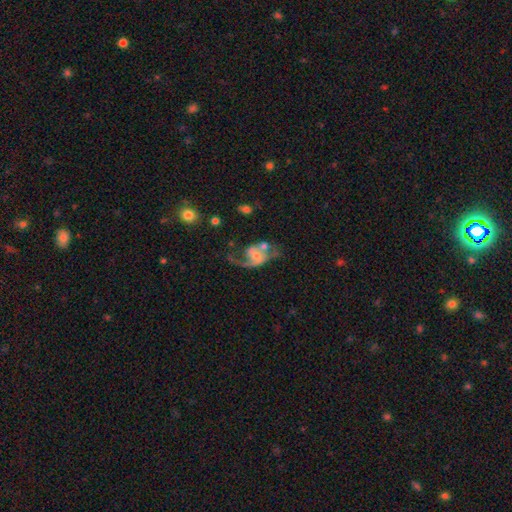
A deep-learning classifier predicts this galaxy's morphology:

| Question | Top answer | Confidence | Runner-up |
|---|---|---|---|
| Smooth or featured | featured or disk | 78% | smooth (14%) |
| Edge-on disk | no | 97% | yes (3%) |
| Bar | no | 59% | weak (33%) |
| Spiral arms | yes | 89% | no (11%) |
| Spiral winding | loose | 59% | medium (33%) |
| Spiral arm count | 2 | 63% | 1 (29%) |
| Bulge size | small | 51% | moderate (34%) |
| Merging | major disturbance | 33% | tied: none (33%) |